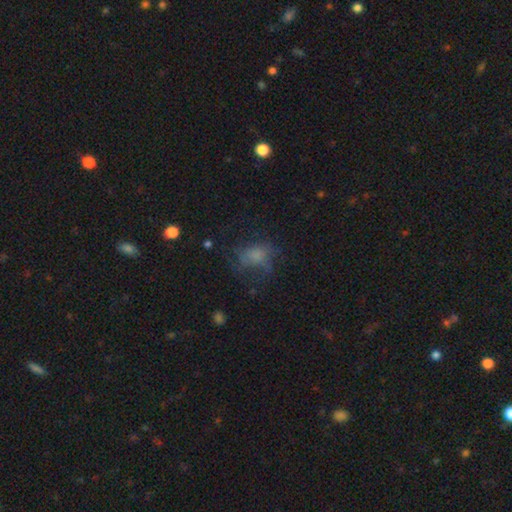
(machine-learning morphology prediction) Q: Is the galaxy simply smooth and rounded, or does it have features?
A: smooth — 52%.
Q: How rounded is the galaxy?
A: in between — 60%.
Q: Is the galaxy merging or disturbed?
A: none — 44%.